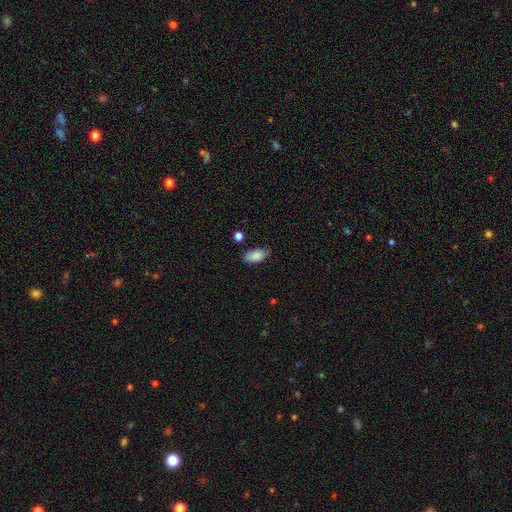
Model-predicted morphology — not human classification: Smooth or featured? Predicted: smooth (p=0.86). How rounded? Predicted: in between (p=0.92). Merging? Predicted: none (p=0.69).